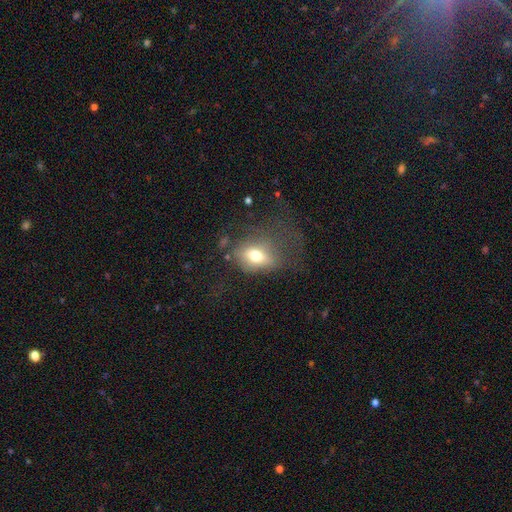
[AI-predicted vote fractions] A smooth galaxy with no disk features (65%) that is in between round and cigar-shaped (63%). Merging: none (39%).